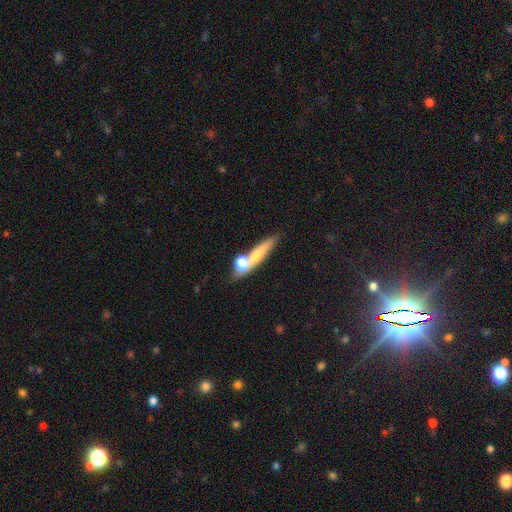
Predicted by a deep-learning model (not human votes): Overall: smooth (60%; featured or disk 30%). How rounded: cigar-shaped (62%; in between 22%). Merging: none (48%; merger 33%).